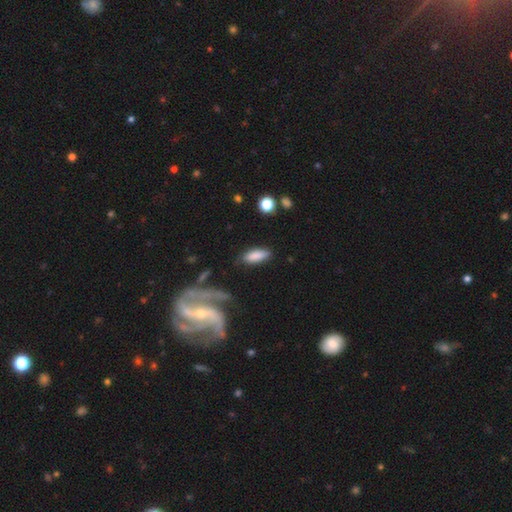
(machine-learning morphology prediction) Smooth or featured? smooth (83%)
How rounded? in between (71%)
Merging? none (77%)